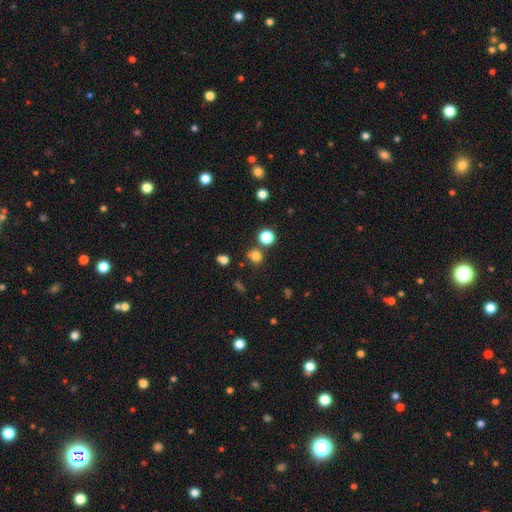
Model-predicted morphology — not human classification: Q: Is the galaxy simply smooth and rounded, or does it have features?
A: smooth — 75%.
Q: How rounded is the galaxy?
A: round — 84%.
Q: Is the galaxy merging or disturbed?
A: none — 73%.